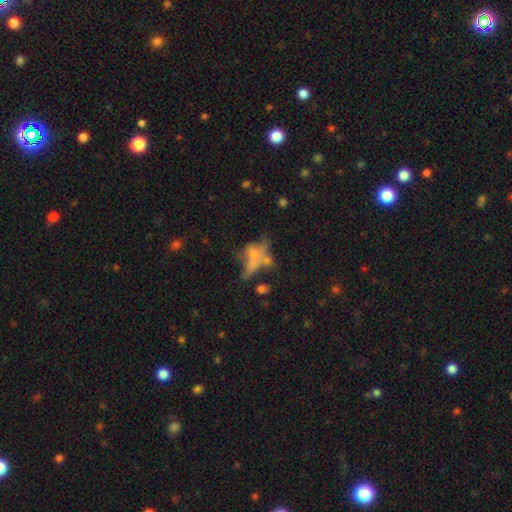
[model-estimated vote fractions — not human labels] Smooth or featured? smooth (49%)
Merging? none (33%)